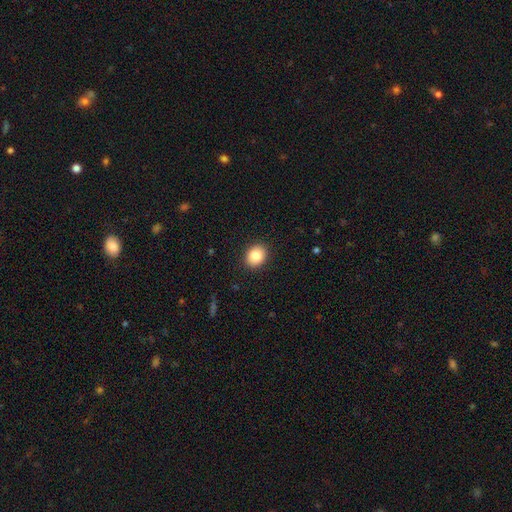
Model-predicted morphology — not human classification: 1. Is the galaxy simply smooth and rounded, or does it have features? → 84% smooth, 9% star or artifact, 7% featured or disk.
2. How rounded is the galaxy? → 56% round, 43% in between, 1% cigar-shaped.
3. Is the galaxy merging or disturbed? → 91% none, 7% minor disturbance, 2% major disturbance, 1% merger.